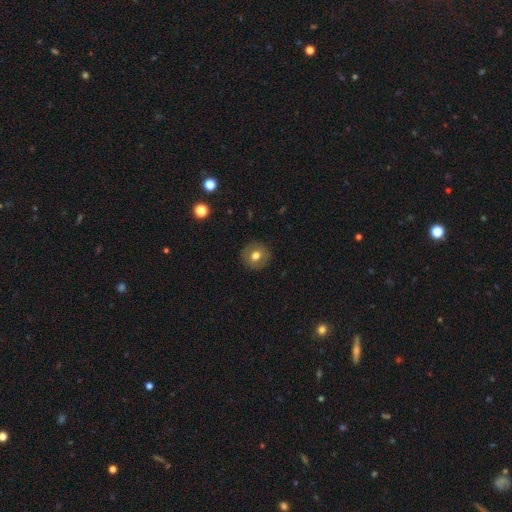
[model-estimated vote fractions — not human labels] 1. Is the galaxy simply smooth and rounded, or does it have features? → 71% smooth, 20% featured or disk, 9% star or artifact.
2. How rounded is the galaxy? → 90% round, 9% in between, 1% cigar-shaped.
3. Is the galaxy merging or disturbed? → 90% none, 7% minor disturbance, 2% major disturbance, 1% merger.